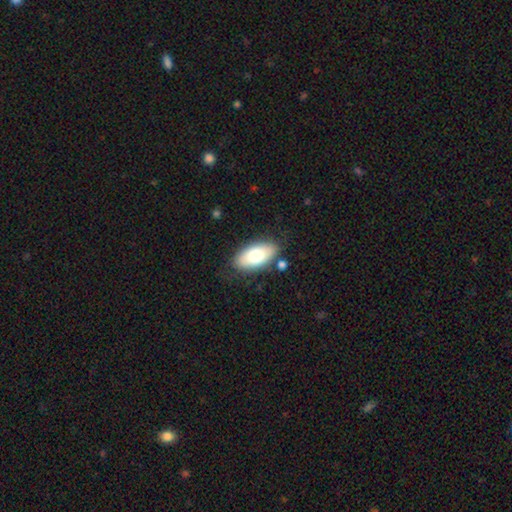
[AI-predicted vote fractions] Smooth or featured?
  - smooth: 74% *
  - featured or disk: 19%
  - star or artifact: 6%
How rounded?
  - in between: 92% *
  - cigar-shaped: 5%
  - round: 3%
Merging?
  - none: 81% *
  - minor disturbance: 12%
  - merger: 4%
  - major disturbance: 3%